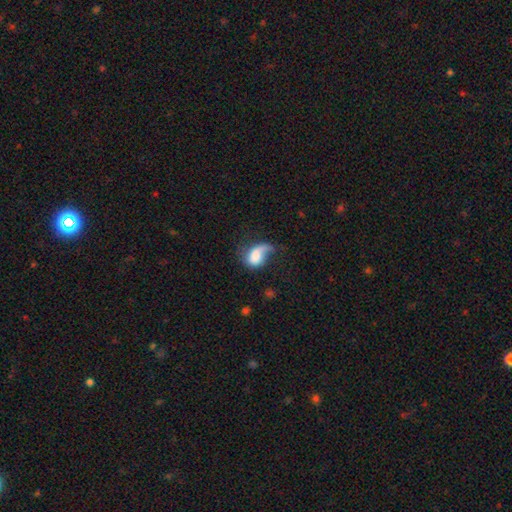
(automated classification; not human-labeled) Smooth or featured? smooth (56%)
How rounded? in between (75%)
Merging? major disturbance (43%)